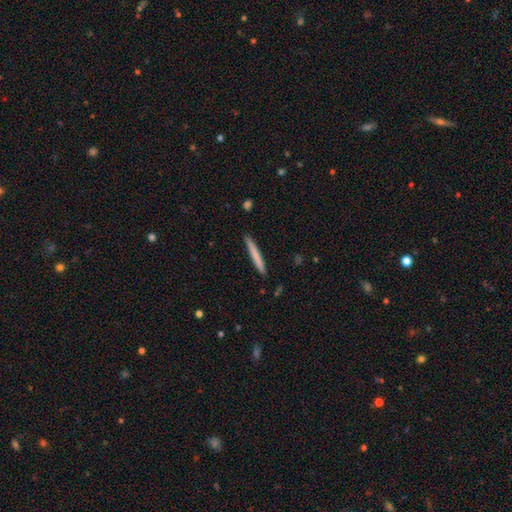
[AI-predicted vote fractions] Morphology: type=smooth (72%); roundness=cigar-shaped (97%); merging=none (91%).